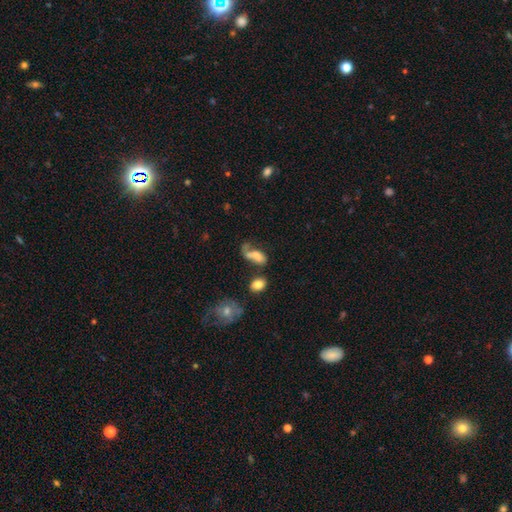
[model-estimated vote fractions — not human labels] Smooth or featured? smooth (58%)
How rounded? in between (81%)
Merging? major disturbance (29%)